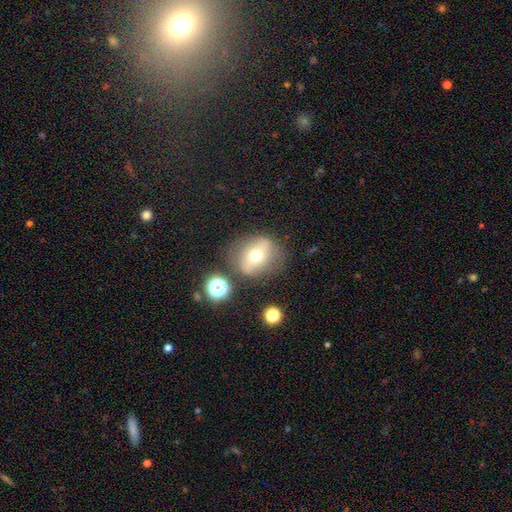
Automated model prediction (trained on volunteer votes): Smooth or featured? smooth (47%)
Merging? none (71%)